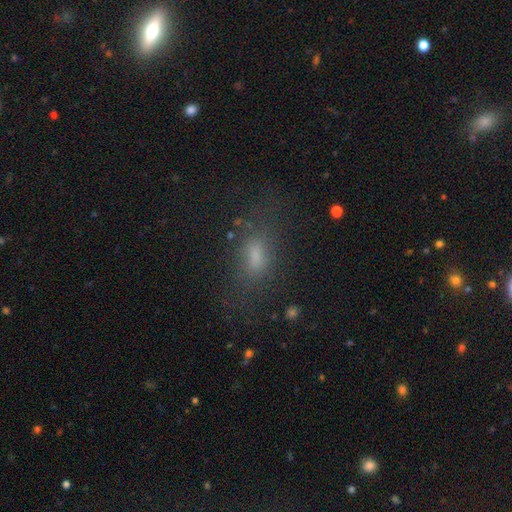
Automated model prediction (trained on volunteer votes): Overall: smooth (66%). How rounded: in between (74%). Merging: none (68%).